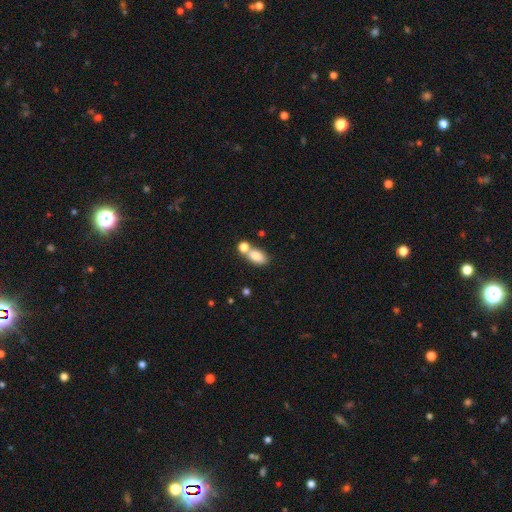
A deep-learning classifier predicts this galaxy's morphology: smooth-or-featured: smooth: 82% | featured or disk: 9% | star or artifact: 9%
  how-rounded: in between: 86% | round: 10% | cigar-shaped: 4%
  merging: none: 46% | merger: 39% | minor disturbance: 11% | major disturbance: 5%